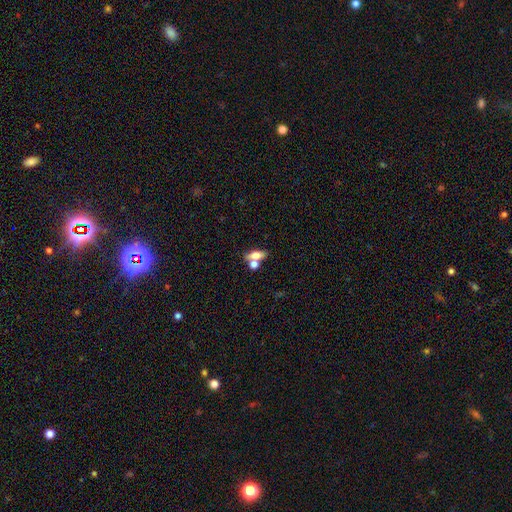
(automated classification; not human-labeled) This is likely a smooth galaxy (63%). How rounded: likely in between (64%). Merging: possibly none (49%).